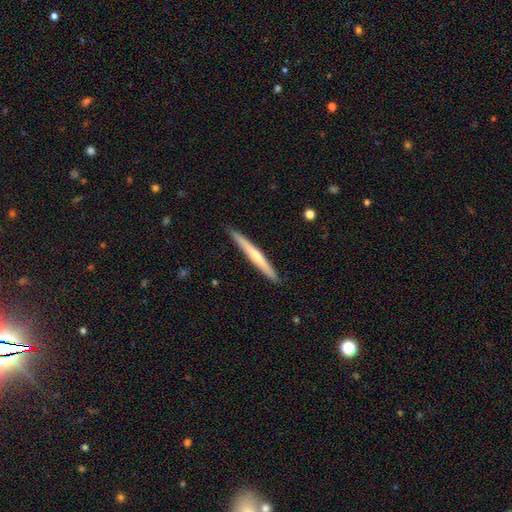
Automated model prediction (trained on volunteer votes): A featured or disk galaxy (52%) viewed edge-on (97%) with a rounded central bulge (48%). Merging: none (91%).